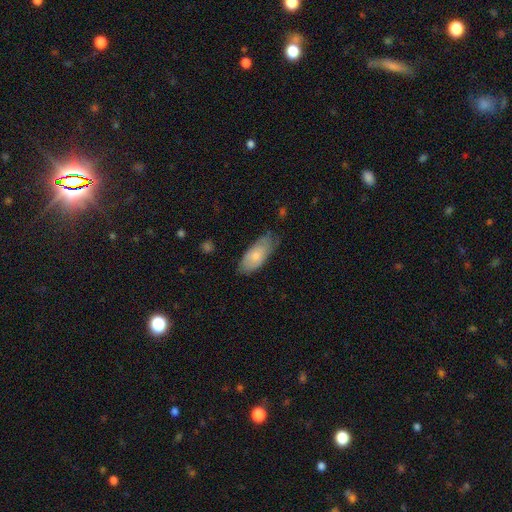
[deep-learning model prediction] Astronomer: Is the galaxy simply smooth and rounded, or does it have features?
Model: smooth — 72%.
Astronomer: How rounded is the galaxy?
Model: in between — 87%.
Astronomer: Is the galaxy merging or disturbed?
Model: none — 60%.